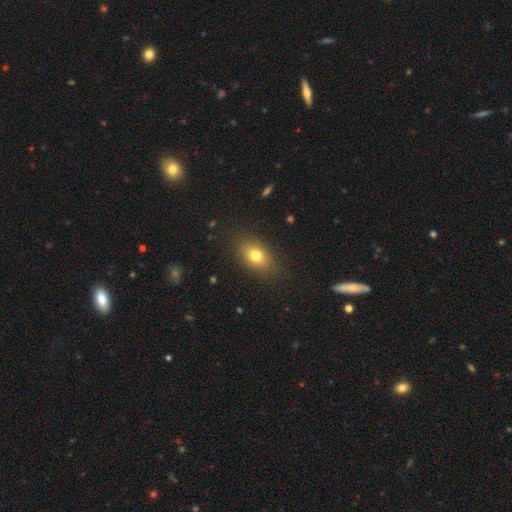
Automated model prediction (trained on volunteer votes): Q: Smooth or featured?
A: smooth (77%); runner-up: featured or disk (12%)
Q: How rounded?
A: in between (76%); runner-up: round (22%)
Q: Merging?
A: none (84%); runner-up: minor disturbance (11%)